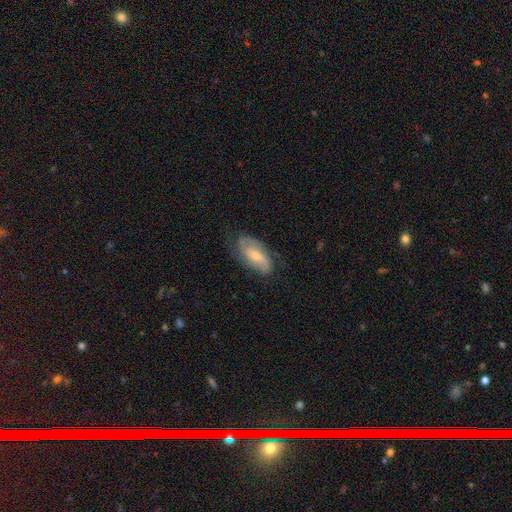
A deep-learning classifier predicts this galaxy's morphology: A featured or disk galaxy (64%) with a weak bar (43%), 2 (71%) medium (42%) spiral arms (87%) and a small central bulge (47%).

Vote fractions:
- Smooth or featured? featured or disk: 64% / smooth: 30% / star or artifact: 6%
- Edge-on disk? no: 93% / yes: 7%
- Bar? weak: 43% / no: 40% / strong: 18%
- Spiral arms? yes: 87% / no: 13%
- Spiral winding? medium: 42% / tight: 30% / loose: 28%
- Spiral arm count? 2: 71% / can't tell: 17% / 1: 4% / 3: 4% / 4: 2% / more than 4: 1%
- Bulge size? small: 47% / moderate: 46% / none: 3% / large: 3% / dominant: 1%
- Merging? none: 67% / minor disturbance: 24% / major disturbance: 8% / merger: 1%